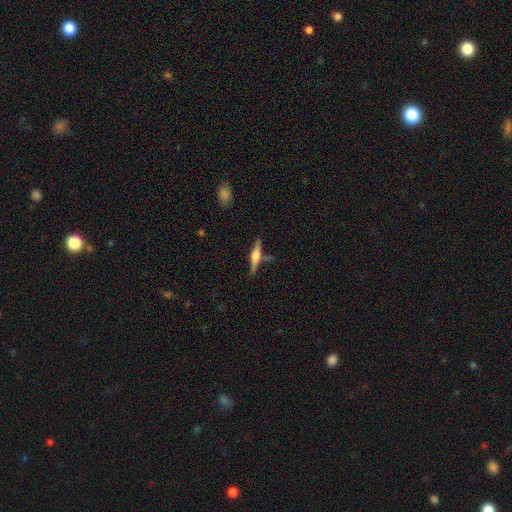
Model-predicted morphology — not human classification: This appears to be a featured or disk galaxy (64%) viewed edge-on (97%) with a rounded central bulge (86%). Merging: none (78%).